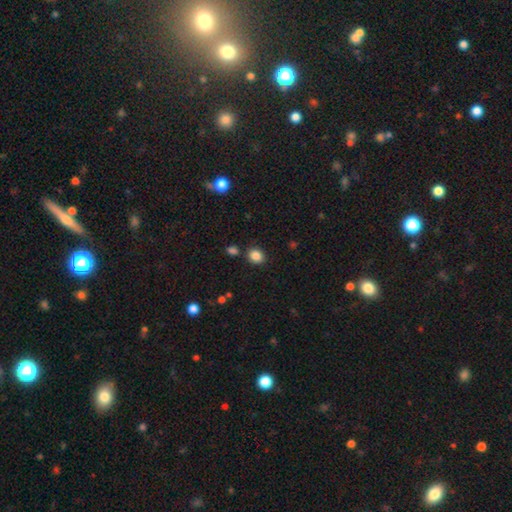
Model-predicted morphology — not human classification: Smooth or featured?
  - smooth: 86% *
  - star or artifact: 10%
  - featured or disk: 4%
How rounded?
  - round: 60% *
  - in between: 39%
  - cigar-shaped: 1%
Merging?
  - none: 81% *
  - minor disturbance: 10%
  - merger: 6%
  - major disturbance: 3%